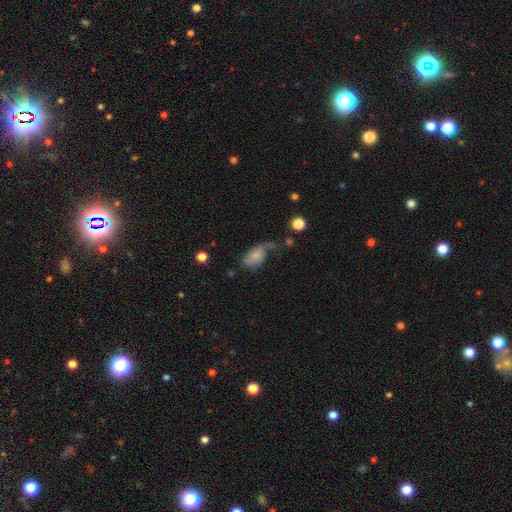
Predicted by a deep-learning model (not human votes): A smooth galaxy with no disk features (54%) that is in between round and cigar-shaped (90%). Merging: major disturbance (41%).